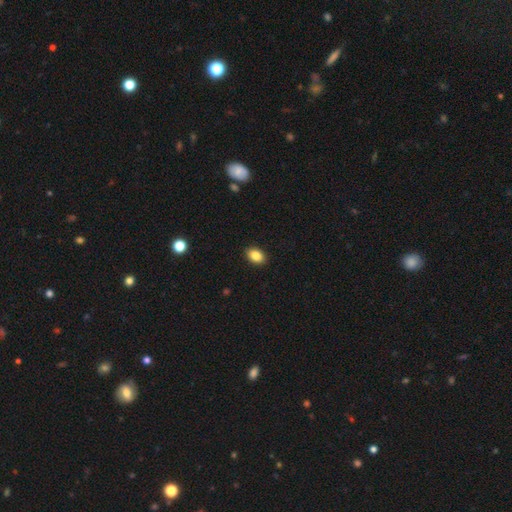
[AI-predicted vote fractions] This appears to be a smooth galaxy with no disk features (86%) that is in between round and cigar-shaped (80%). Merging: none (90%).